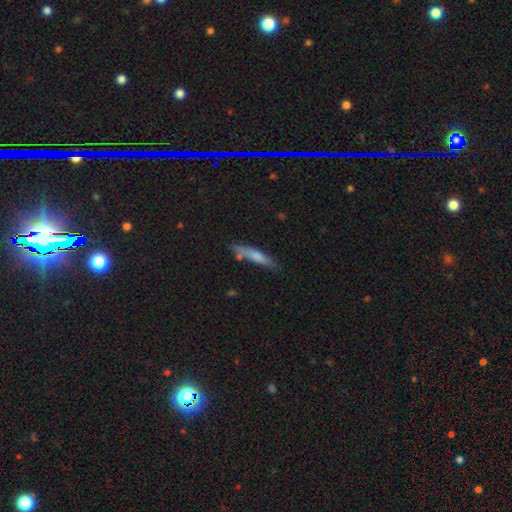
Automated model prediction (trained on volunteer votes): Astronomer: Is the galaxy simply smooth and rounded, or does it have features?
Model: smooth — 67%.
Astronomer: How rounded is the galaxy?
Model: cigar-shaped — 88%.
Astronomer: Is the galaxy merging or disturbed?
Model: none — 74%.